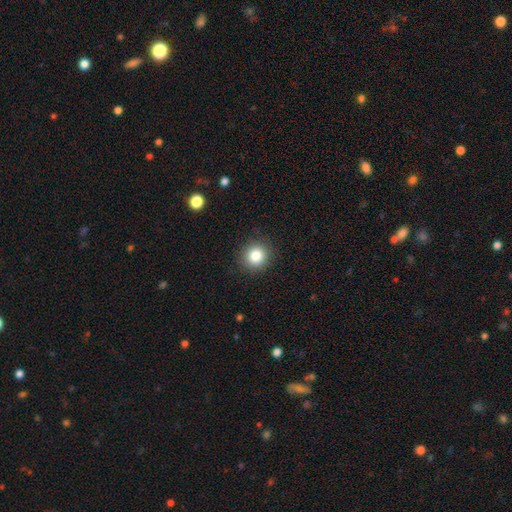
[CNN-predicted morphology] Q: Smooth or featured?
A: smooth (83%); runner-up: star or artifact (11%)
Q: How rounded?
A: round (91%); runner-up: in between (8%)
Q: Merging?
A: none (91%); runner-up: minor disturbance (6%)